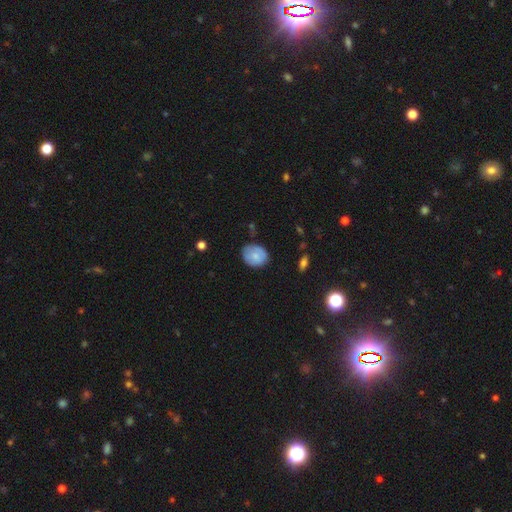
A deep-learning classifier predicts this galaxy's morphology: Smooth or featured? Predicted: smooth (p=0.71). How rounded? Predicted: round (p=0.52). Merging? Predicted: none (p=0.71).